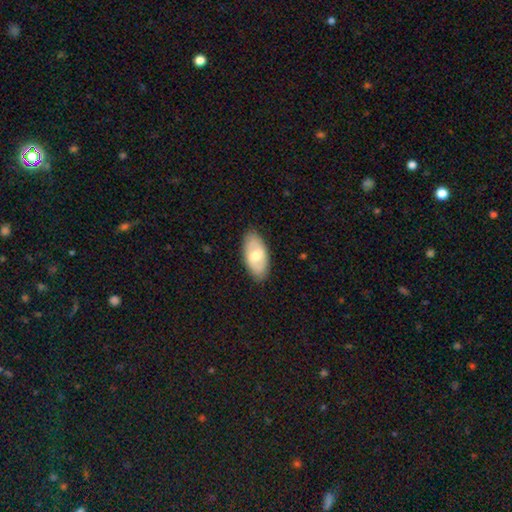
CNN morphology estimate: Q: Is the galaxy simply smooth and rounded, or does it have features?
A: smooth — 57%.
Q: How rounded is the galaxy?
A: in between — 92%.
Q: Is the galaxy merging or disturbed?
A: none — 85%.